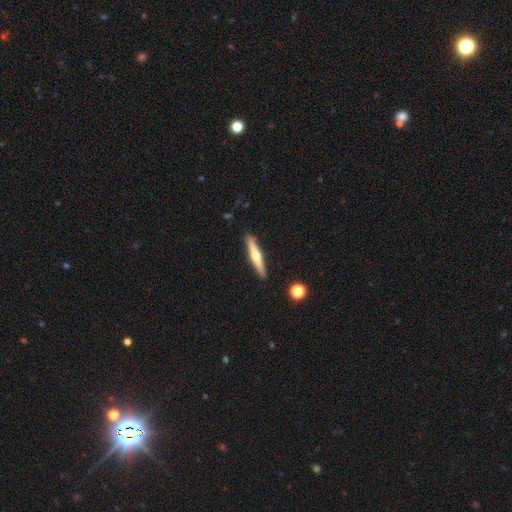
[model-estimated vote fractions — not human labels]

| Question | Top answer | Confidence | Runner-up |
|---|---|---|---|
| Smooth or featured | featured or disk | 59% | smooth (36%) |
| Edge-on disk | yes | 96% | no (4%) |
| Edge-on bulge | rounded | 89% | none (7%) |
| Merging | none | 90% | minor disturbance (7%) |